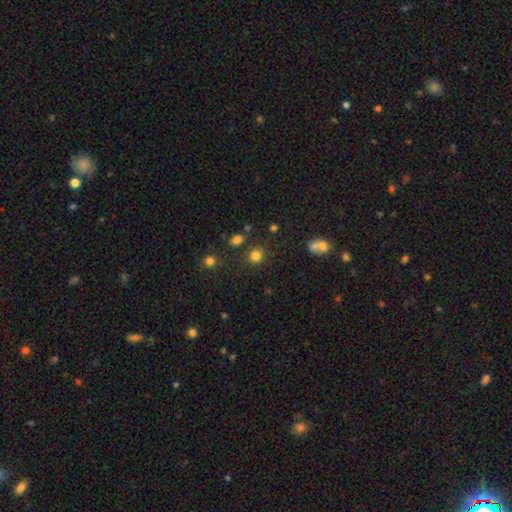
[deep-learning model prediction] A smooth galaxy with no disk features (80%) that is round (84%). Merging: none (80%).